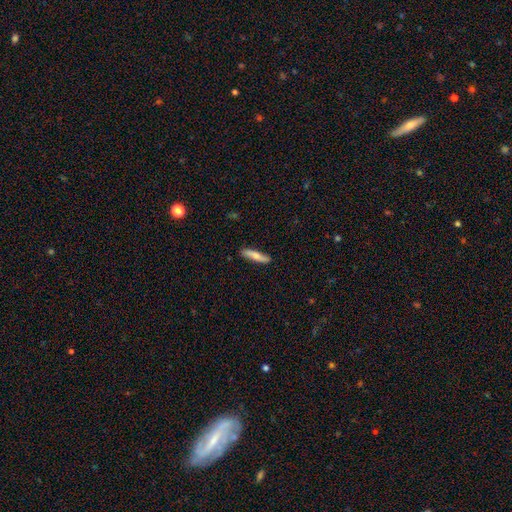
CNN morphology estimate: Q: Smooth or featured?
A: smooth (69%); runner-up: featured or disk (25%)
Q: How rounded?
A: cigar-shaped (84%); runner-up: in between (14%)
Q: Merging?
A: none (87%); runner-up: minor disturbance (10%)